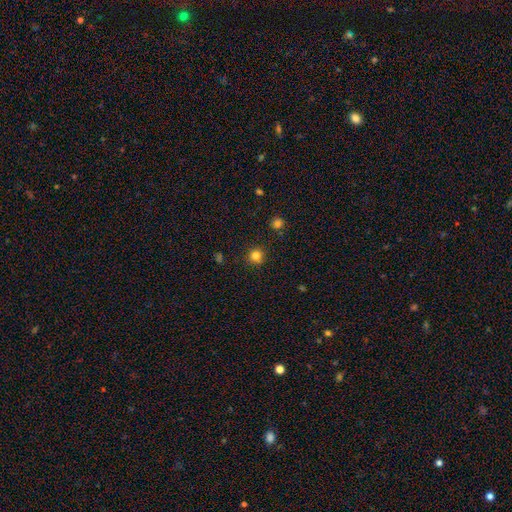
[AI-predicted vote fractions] Q: Smooth or featured?
A: smooth (81%); runner-up: star or artifact (14%)
Q: How rounded?
A: round (92%); runner-up: in between (7%)
Q: Merging?
A: none (89%); runner-up: minor disturbance (7%)